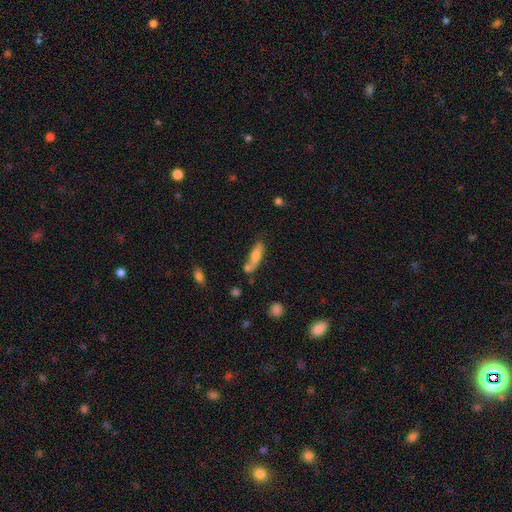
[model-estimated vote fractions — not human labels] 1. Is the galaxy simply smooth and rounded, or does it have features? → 68% smooth, 25% featured or disk, 8% star or artifact.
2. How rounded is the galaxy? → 52% cigar-shaped, 45% in between, 3% round.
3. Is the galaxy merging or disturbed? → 47% none, 24% merger, 20% minor disturbance, 8% major disturbance.